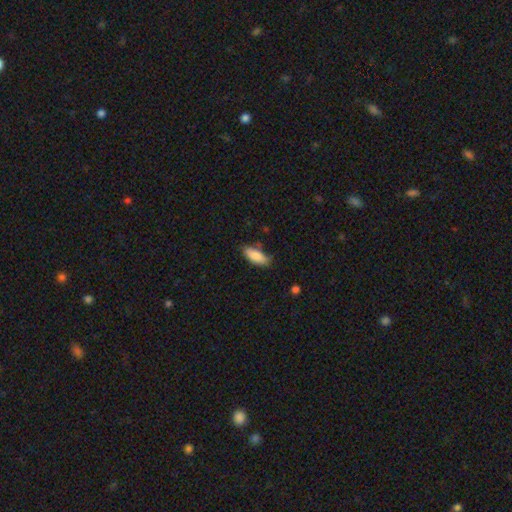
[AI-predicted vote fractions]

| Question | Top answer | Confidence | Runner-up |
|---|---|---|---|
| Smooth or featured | smooth | 86% | featured or disk (8%) |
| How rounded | in between | 80% | cigar-shaped (18%) |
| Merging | none | 72% | minor disturbance (22%) |